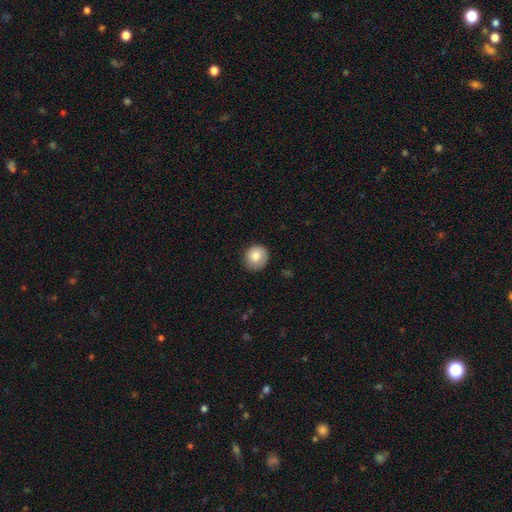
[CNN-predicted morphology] Q: Smooth or featured?
A: smooth (84%); runner-up: featured or disk (8%)
Q: How rounded?
A: round (88%); runner-up: in between (11%)
Q: Merging?
A: none (82%); runner-up: minor disturbance (14%)